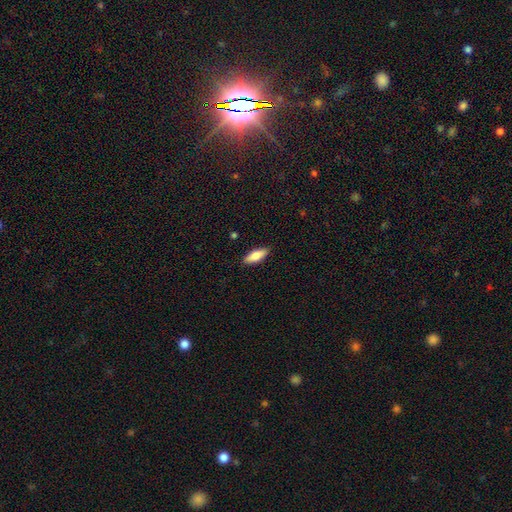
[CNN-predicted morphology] Overall: smooth (79%). How rounded: in between (68%; cigar-shaped 30%). Merging: none (88%).